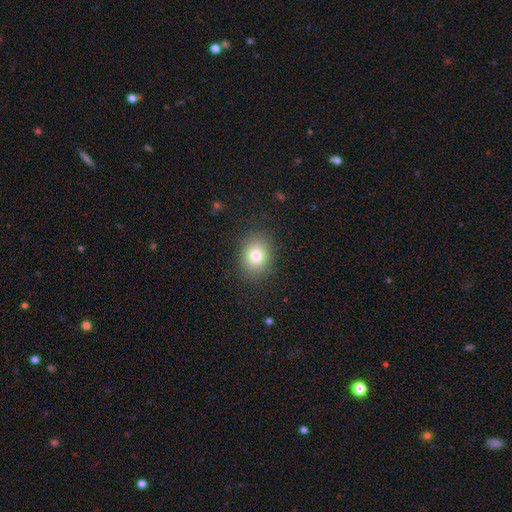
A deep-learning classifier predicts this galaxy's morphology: Smooth or featured?
  - smooth: 79% *
  - star or artifact: 11%
  - featured or disk: 9%
How rounded?
  - round: 56% *
  - in between: 43%
  - cigar-shaped: 1%
Merging?
  - none: 86% *
  - minor disturbance: 9%
  - major disturbance: 4%
  - merger: 1%